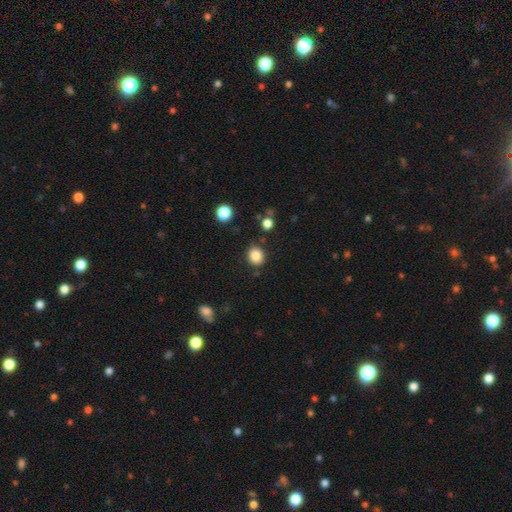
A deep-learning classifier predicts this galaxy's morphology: smooth_or_featured: smooth (p=0.85) [alt: star or artifact p=0.11]
how_rounded: round (p=0.79) [alt: in between p=0.20]
merging: none (p=0.86) [alt: minor disturbance p=0.08]